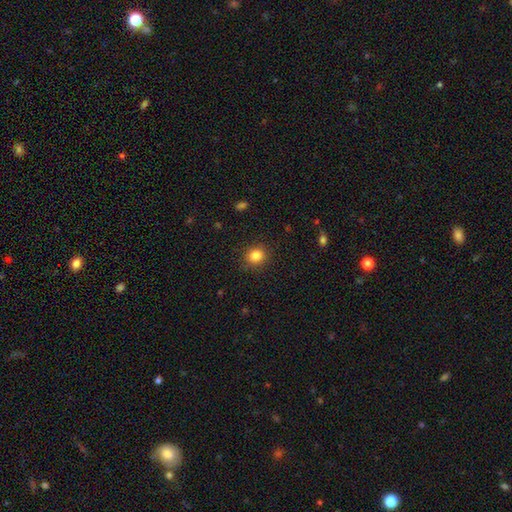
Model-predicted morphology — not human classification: A smooth galaxy with no disk features (84%) that is round (84%). Merging: none (89%).